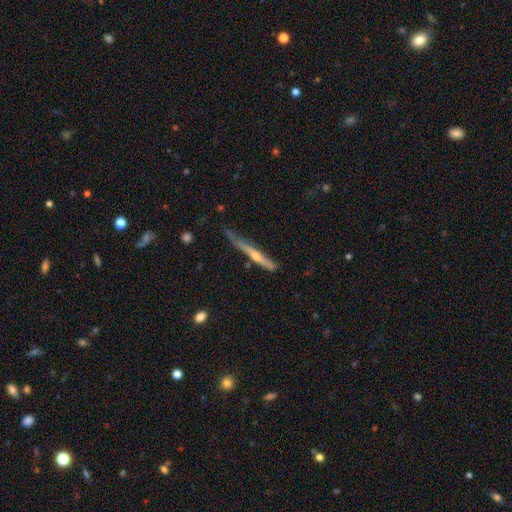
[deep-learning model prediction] A featured or disk galaxy (61%) viewed edge-on (94%) with a rounded central bulge (66%). Merging: none (55%).